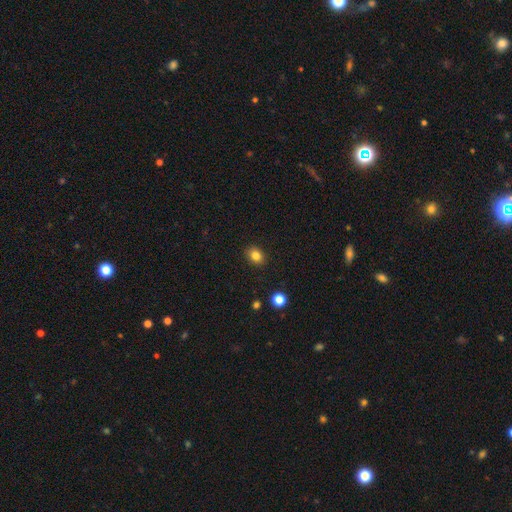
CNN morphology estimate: smooth 84%, star or artifact 10%, featured or disk 5%. Down the decision tree: how rounded — in between (57%); merging — none (89%).